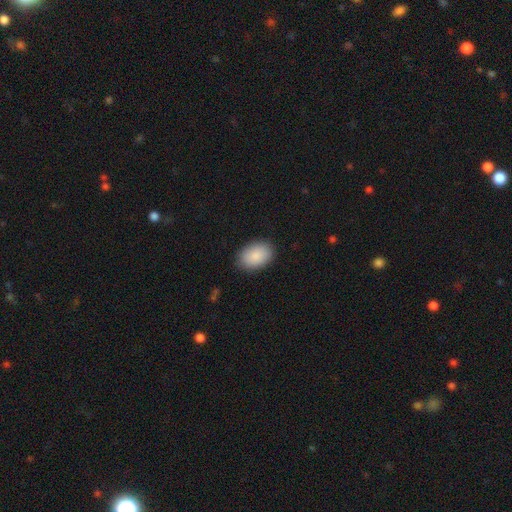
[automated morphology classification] Overall: smooth (89%). How rounded: in between (84%). Merging: none (87%).